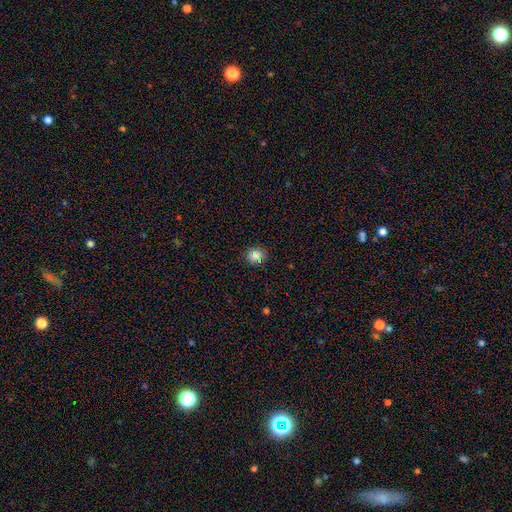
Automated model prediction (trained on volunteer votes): Smooth or featured?
  - smooth: 78% *
  - star or artifact: 15%
  - featured or disk: 6%
How rounded?
  - round: 85% *
  - in between: 14%
  - cigar-shaped: 1%
Merging?
  - none: 88% *
  - minor disturbance: 8%
  - merger: 2%
  - major disturbance: 2%